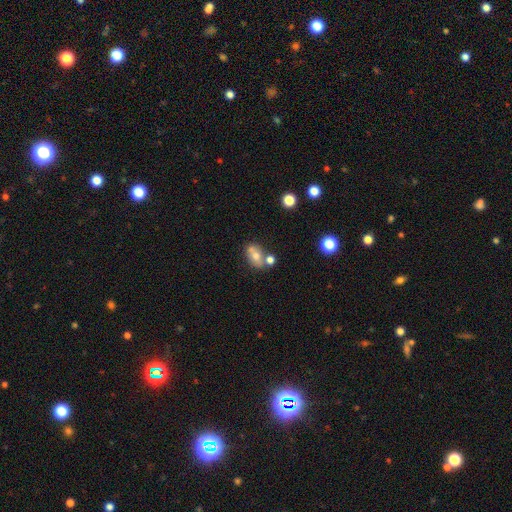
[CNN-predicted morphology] This is likely a smooth galaxy (61%). How rounded: likely in between (75%). Merging: possibly none (51%).